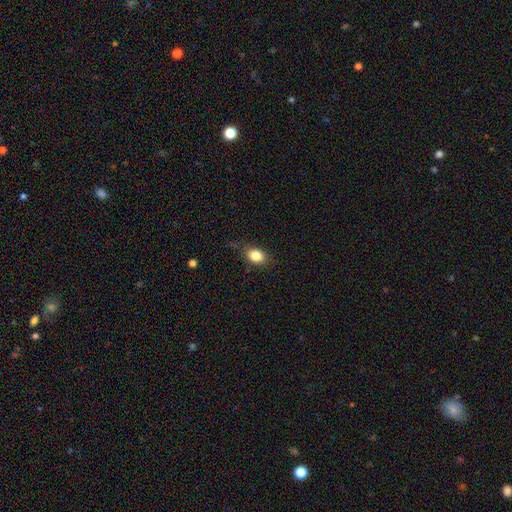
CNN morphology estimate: Smooth or featured: smooth — 84% (star or artifact — 9%)
How rounded: in between — 72% (round — 27%)
Merging: none — 77% (minor disturbance — 17%)